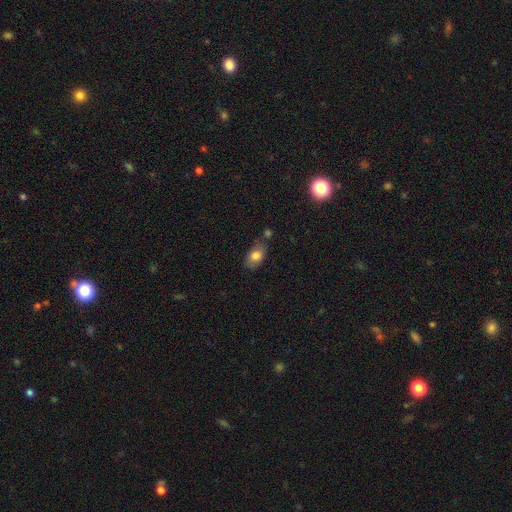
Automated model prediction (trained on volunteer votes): Smooth or featured? Predicted: smooth (p=0.78). How rounded? Predicted: in between (p=0.88). Merging? Predicted: none (p=0.60).